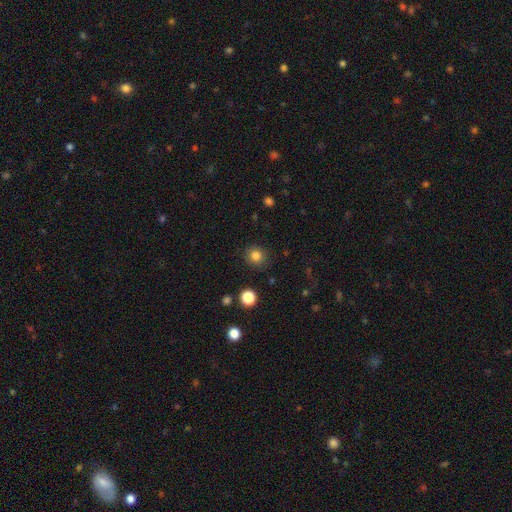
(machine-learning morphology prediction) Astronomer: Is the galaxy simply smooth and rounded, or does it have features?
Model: smooth — 83%.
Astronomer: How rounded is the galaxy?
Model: round — 89%.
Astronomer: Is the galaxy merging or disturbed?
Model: none — 89%.